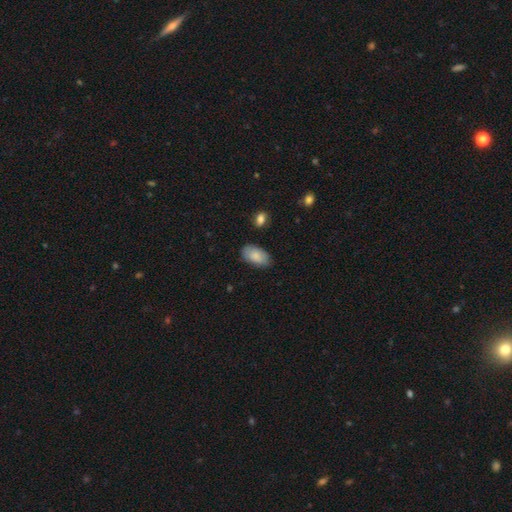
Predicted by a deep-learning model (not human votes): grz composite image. It shows a smooth galaxy with no disk features (85%) that is in between round and cigar-shaped (95%). Merging: none (76%).